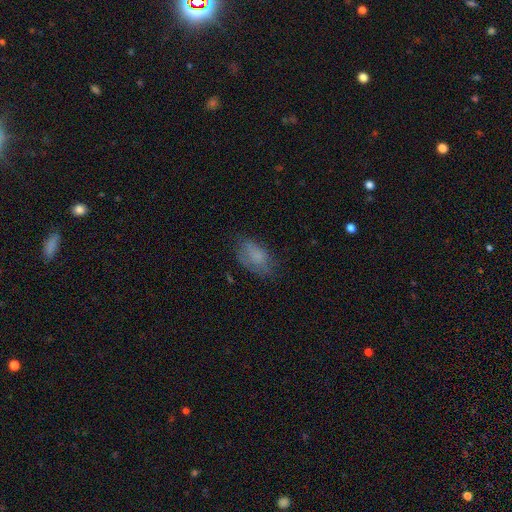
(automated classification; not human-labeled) smooth-or-featured: smooth: 67% | featured or disk: 22% | star or artifact: 12%
  how-rounded: in between: 89% | round: 8% | cigar-shaped: 2%
  merging: none: 56% | minor disturbance: 27% | major disturbance: 15% | merger: 2%